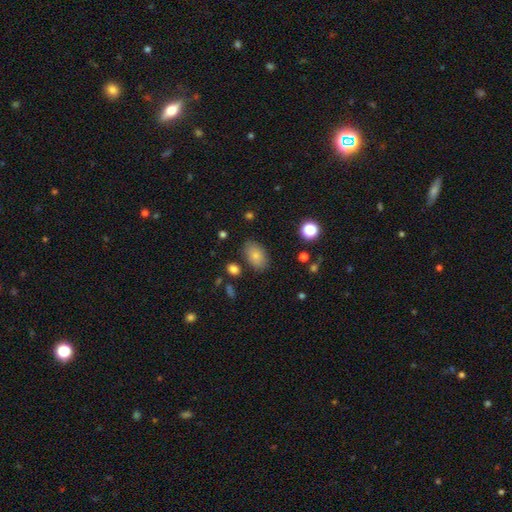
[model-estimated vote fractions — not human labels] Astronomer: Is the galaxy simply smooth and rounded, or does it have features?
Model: smooth — 81%.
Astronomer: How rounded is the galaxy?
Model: in between — 89%.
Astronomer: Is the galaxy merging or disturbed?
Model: none — 82%.